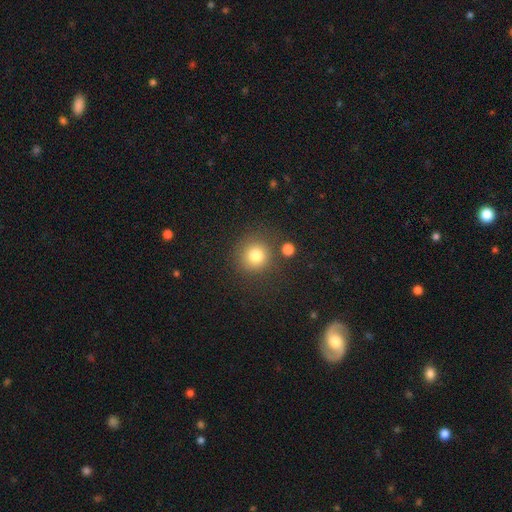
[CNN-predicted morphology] Smooth or featured?
  - smooth: 80% *
  - star or artifact: 13%
  - featured or disk: 8%
How rounded?
  - round: 92% *
  - in between: 7%
  - cigar-shaped: 1%
Merging?
  - none: 80% *
  - minor disturbance: 9%
  - merger: 7%
  - major disturbance: 4%